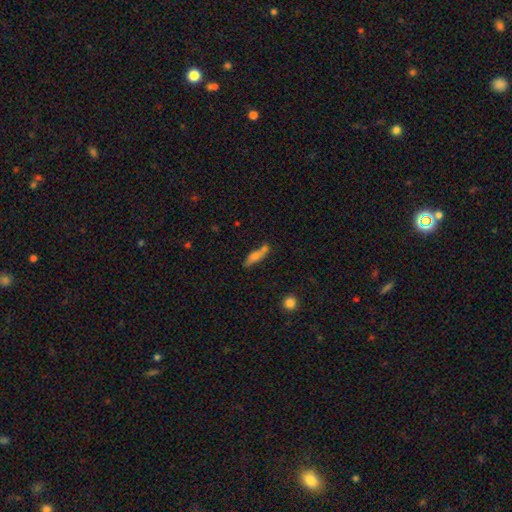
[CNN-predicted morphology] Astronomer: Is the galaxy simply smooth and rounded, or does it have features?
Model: smooth — 55% (runner-up: featured or disk, 35%).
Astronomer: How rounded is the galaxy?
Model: cigar-shaped — 60% (runner-up: in between, 36%).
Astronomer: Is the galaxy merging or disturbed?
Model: none — 57%.